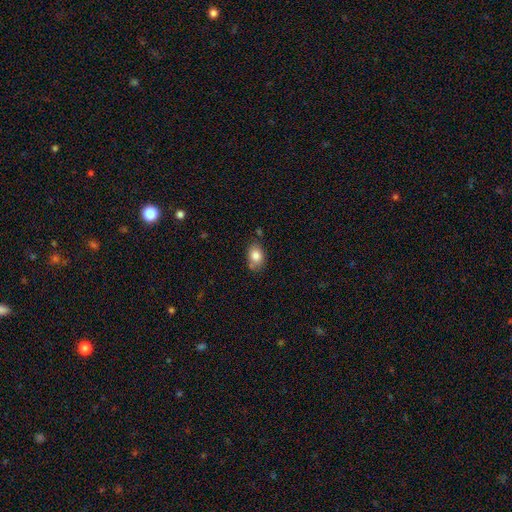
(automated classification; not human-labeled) Smooth or featured: smooth — 83% (star or artifact — 9%)
How rounded: in between — 73% (round — 26%)
Merging: none — 72% (minor disturbance — 18%)